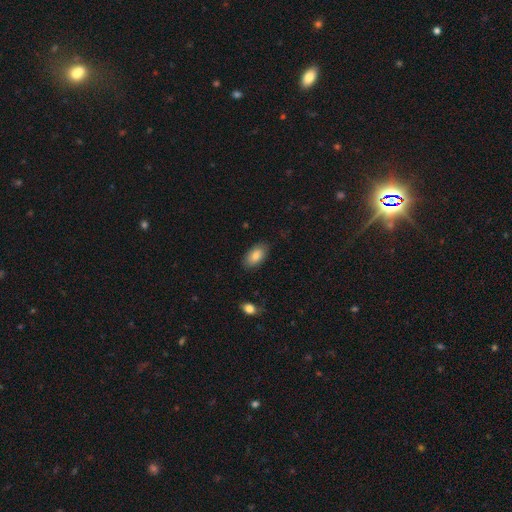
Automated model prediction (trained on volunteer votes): A smooth galaxy with no disk features (82%) that is in between round and cigar-shaped (93%). Merging: none (84%).